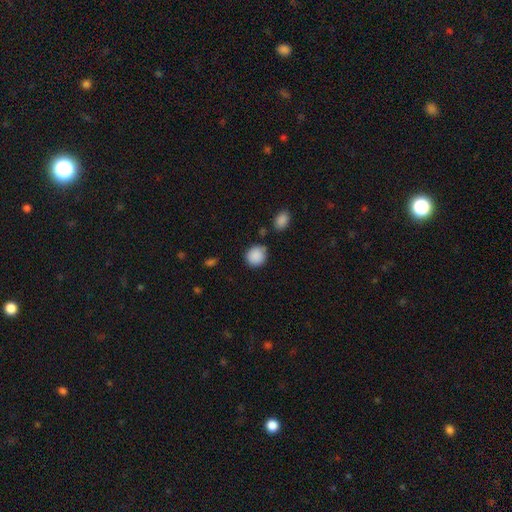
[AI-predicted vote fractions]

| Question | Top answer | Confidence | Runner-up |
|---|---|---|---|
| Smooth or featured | smooth | 89% | star or artifact (8%) |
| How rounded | round | 87% | in between (12%) |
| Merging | none | 77% | minor disturbance (15%) |